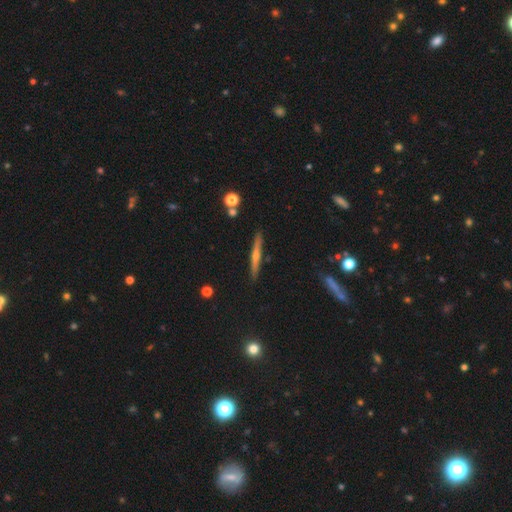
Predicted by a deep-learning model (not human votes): Q: Smooth or featured?
A: featured or disk (69%); runner-up: smooth (24%)
Q: Edge-on disk?
A: yes (97%); runner-up: no (3%)
Q: Edge-on bulge?
A: rounded (74%); runner-up: none (21%)
Q: Merging?
A: none (88%); runner-up: minor disturbance (8%)